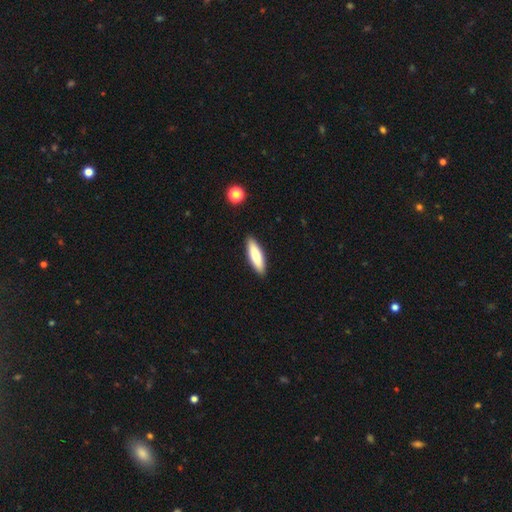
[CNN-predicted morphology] A smooth galaxy with no disk features (76%) that is cigar-shaped (62%). Merging: none (90%).